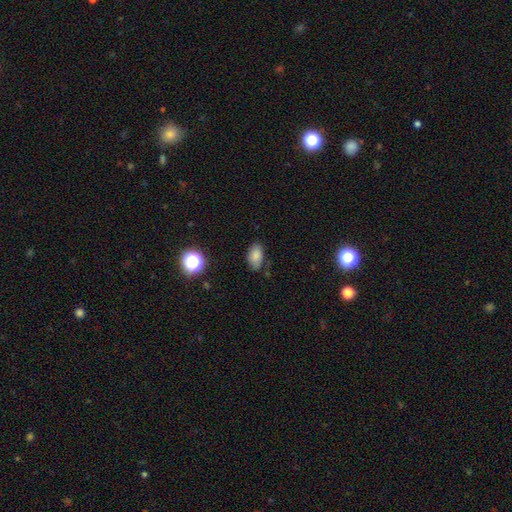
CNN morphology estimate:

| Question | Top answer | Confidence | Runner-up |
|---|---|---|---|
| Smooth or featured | smooth | 82% | star or artifact (11%) |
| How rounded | in between | 90% | round (8%) |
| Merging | none | 73% | minor disturbance (21%) |